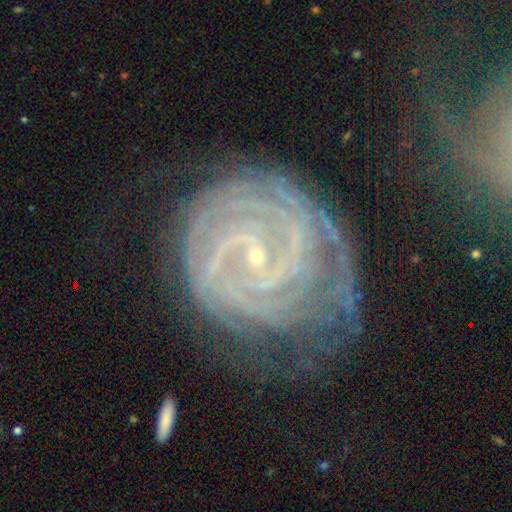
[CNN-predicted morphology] A featured or disk galaxy (88%) with a weak bar (42%), 2 (22%, tied with can't tell) tight (81%) spiral arms (97%) and a small central bulge (88%). Merging: none (59%).